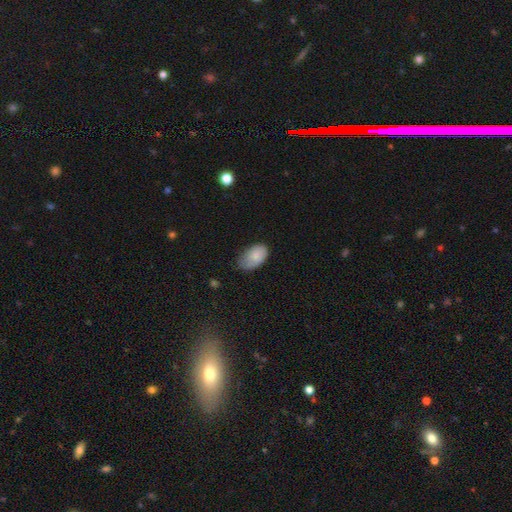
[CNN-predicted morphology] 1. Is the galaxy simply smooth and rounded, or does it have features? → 81% smooth, 12% featured or disk, 7% star or artifact.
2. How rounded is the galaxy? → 92% in between, 7% round, 1% cigar-shaped.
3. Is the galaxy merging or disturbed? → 52% none, 38% minor disturbance, 9% major disturbance, 1% merger.